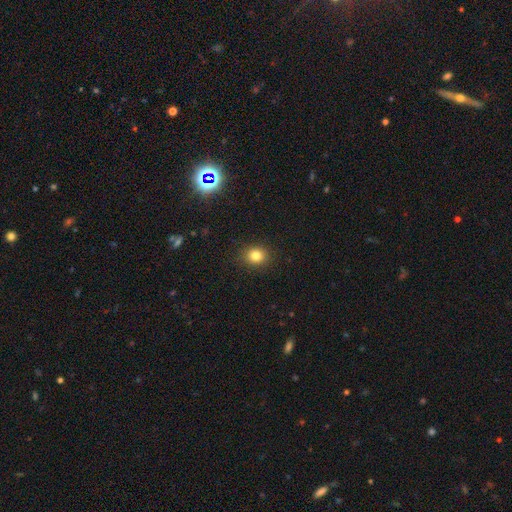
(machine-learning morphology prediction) Q: Smooth or featured?
A: smooth (82%); runner-up: star or artifact (12%)
Q: How rounded?
A: round (73%); runner-up: in between (26%)
Q: Merging?
A: none (89%); runner-up: minor disturbance (7%)